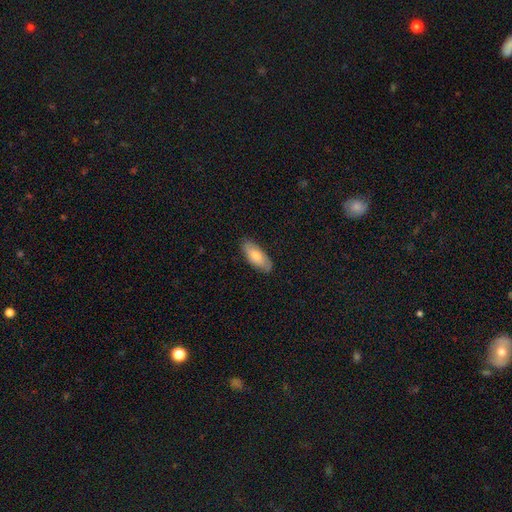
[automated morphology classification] Smooth or featured?
  - smooth: 67% *
  - featured or disk: 27%
  - star or artifact: 6%
How rounded?
  - in between: 83% *
  - cigar-shaped: 15%
  - round: 2%
Merging?
  - none: 86% *
  - minor disturbance: 11%
  - major disturbance: 2%
  - merger: 1%